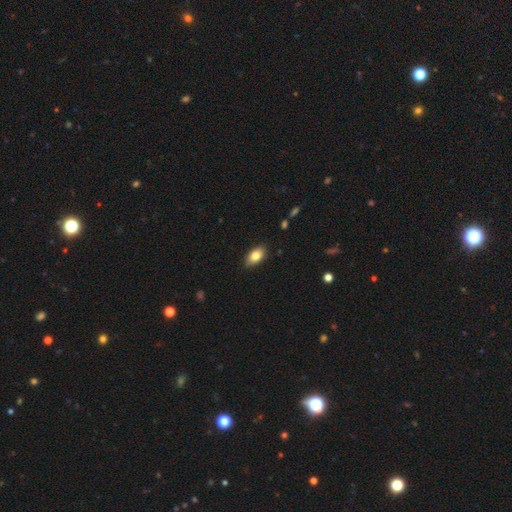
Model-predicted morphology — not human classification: smooth 81%, featured or disk 11%, star or artifact 7%. Down the decision tree: how rounded — in between (92%); merging — none (87%).